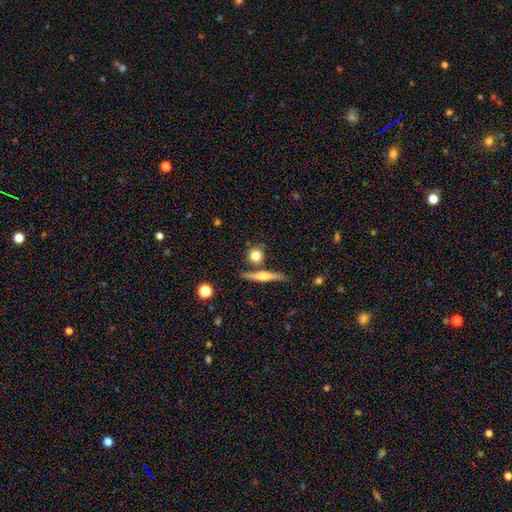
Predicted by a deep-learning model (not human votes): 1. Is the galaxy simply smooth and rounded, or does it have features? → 74% smooth, 18% featured or disk, 8% star or artifact.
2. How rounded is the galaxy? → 78% round, 12% in between, 9% cigar-shaped.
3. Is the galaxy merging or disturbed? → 73% none, 14% merger, 10% minor disturbance, 3% major disturbance.